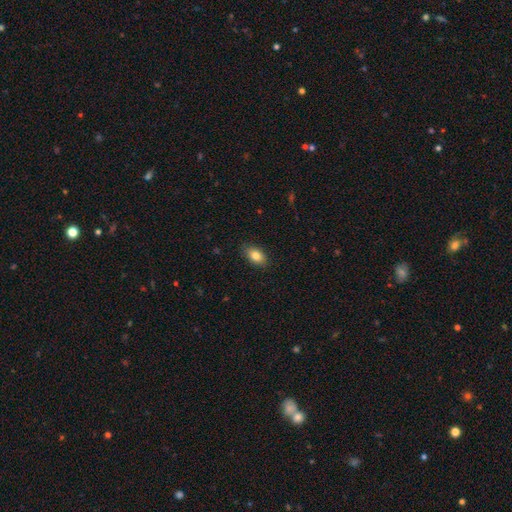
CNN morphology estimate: smooth 84%, star or artifact 8%, featured or disk 8%. Down the decision tree: how rounded — in between (89%); merging — none (87%).